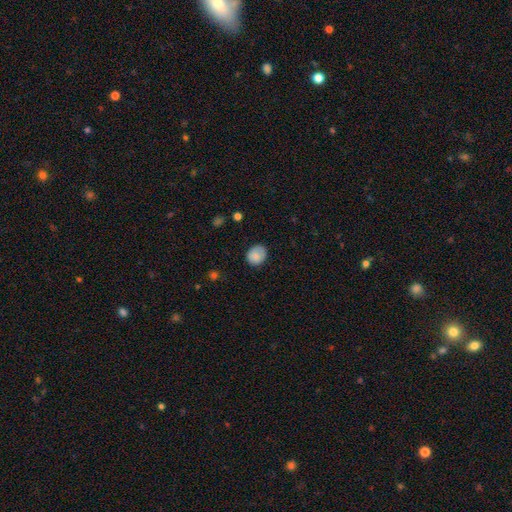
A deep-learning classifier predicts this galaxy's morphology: Q: Smooth or featured?
A: smooth (83%); runner-up: featured or disk (9%)
Q: How rounded?
A: round (66%); runner-up: in between (33%)
Q: Merging?
A: none (72%); runner-up: minor disturbance (22%)